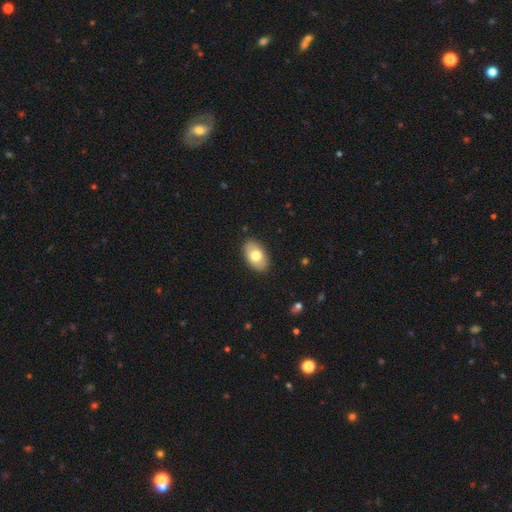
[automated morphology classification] Smooth or featured: smooth — 72% (featured or disk — 21%)
How rounded: in between — 92% (round — 6%)
Merging: none — 87% (minor disturbance — 10%)